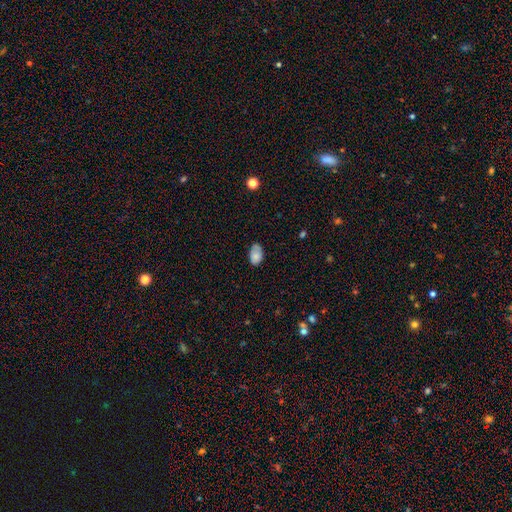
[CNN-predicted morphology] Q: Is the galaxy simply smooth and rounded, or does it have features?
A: smooth — 78%.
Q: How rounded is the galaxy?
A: in between — 90%.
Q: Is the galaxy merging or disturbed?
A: none — 64%.